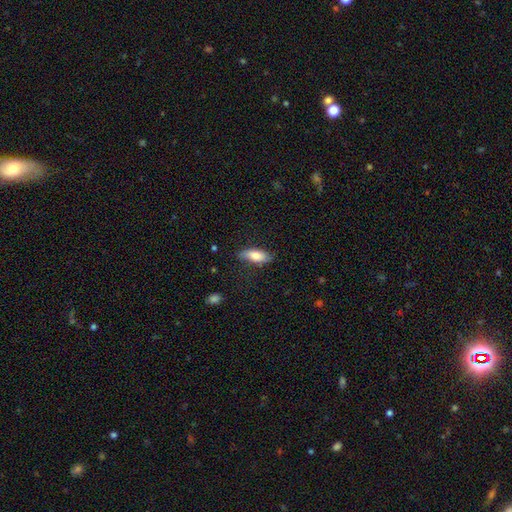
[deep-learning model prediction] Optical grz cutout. It shows a smooth galaxy with no disk features (77%) that is in between round and cigar-shaped (69%). Merging: none (75%).